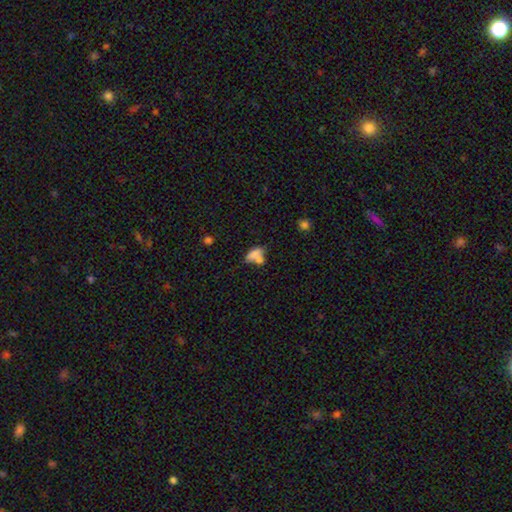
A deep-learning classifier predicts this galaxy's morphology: smooth 69%, featured or disk 20%, star or artifact 11%. Down the decision tree: how rounded — in between (80%); merging — merger (48%).